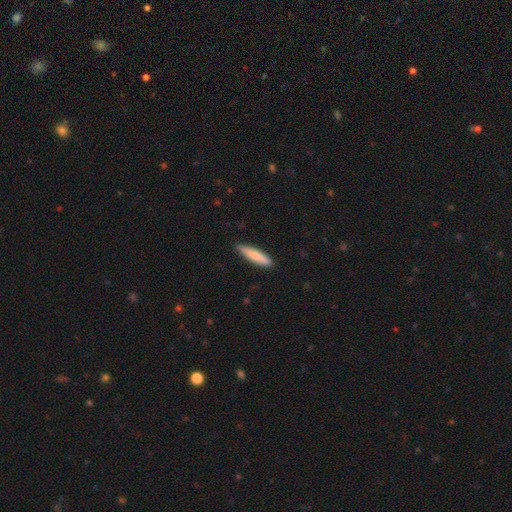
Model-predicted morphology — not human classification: smooth 81%, featured or disk 14%, star or artifact 5%. Down the decision tree: how rounded — cigar-shaped (85%); merging — none (88%).